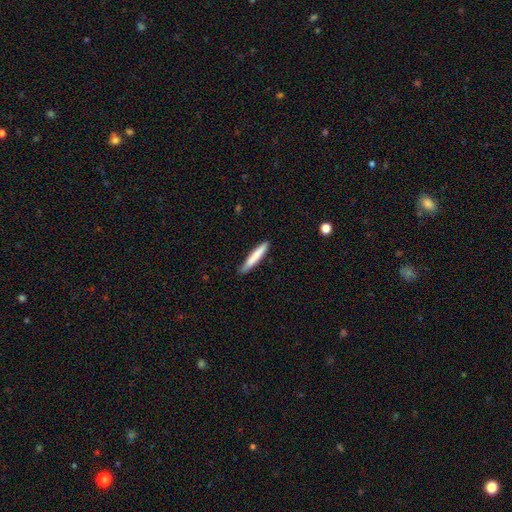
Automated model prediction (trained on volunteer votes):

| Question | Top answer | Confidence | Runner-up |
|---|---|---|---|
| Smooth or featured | smooth | 78% | featured or disk (16%) |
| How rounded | cigar-shaped | 93% | in between (6%) |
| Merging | none | 84% | minor disturbance (13%) |